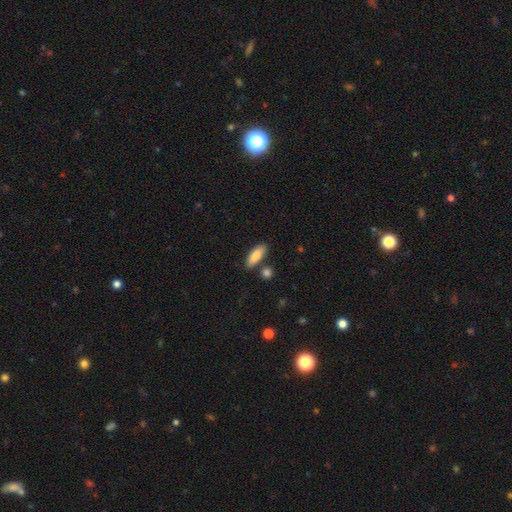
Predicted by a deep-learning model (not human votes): Smooth or featured?
  - smooth: 82% *
  - featured or disk: 12%
  - star or artifact: 6%
How rounded?
  - in between: 64% *
  - cigar-shaped: 34%
  - round: 2%
Merging?
  - none: 79% *
  - minor disturbance: 11%
  - merger: 7%
  - major disturbance: 3%